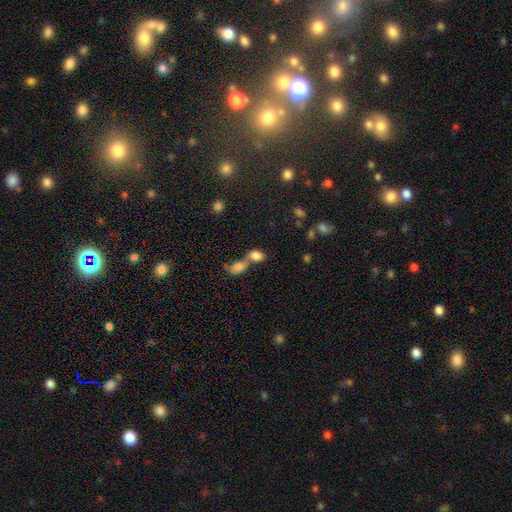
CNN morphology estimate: smooth-or-featured: smooth: 79% | star or artifact: 11% | featured or disk: 10%
  how-rounded: in between: 77% | round: 20% | cigar-shaped: 3%
  merging: merger: 66% | none: 23% | minor disturbance: 7% | major disturbance: 4%